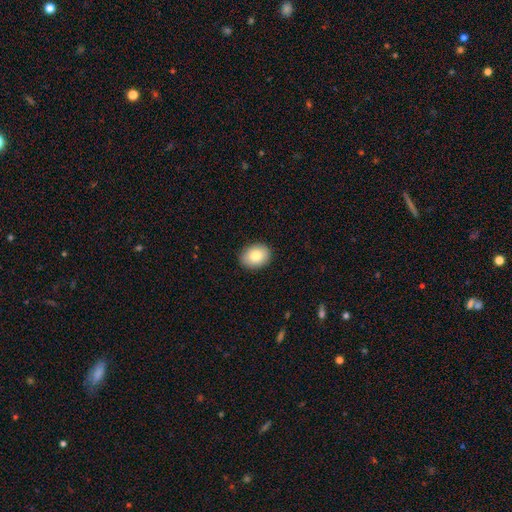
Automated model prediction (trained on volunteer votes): Overall: smooth (82%). How rounded: in between (64%; round 35%). Merging: none (90%).